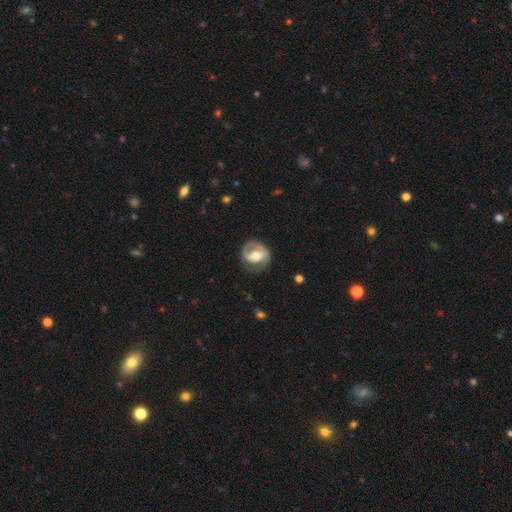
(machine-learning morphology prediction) A featured or disk galaxy (70%) with a strong bar (38%), spiral arms (69%) and a moderate central bulge (69%).

Vote fractions:
- Smooth or featured? featured or disk: 70% / smooth: 25% / star or artifact: 5%
- Edge-on disk? no: 96% / yes: 4%
- Bar? strong: 38% / weak: 36% / no: 26%
- Spiral arms? yes: 69% / no: 31%
- Bulge size? moderate: 69% / small: 17% / large: 12% / none: 1% / dominant: 1%
- Merging? none: 63% / minor disturbance: 21% / major disturbance: 14% / merger: 2%